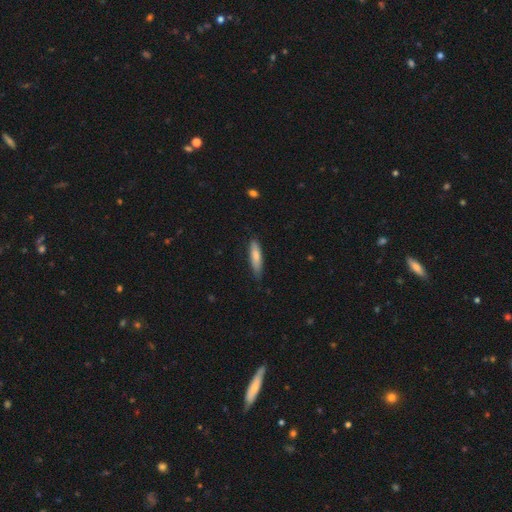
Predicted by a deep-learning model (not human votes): Morphology: type=smooth (78%); roundness=cigar-shaped (76%); merging=none (78%).